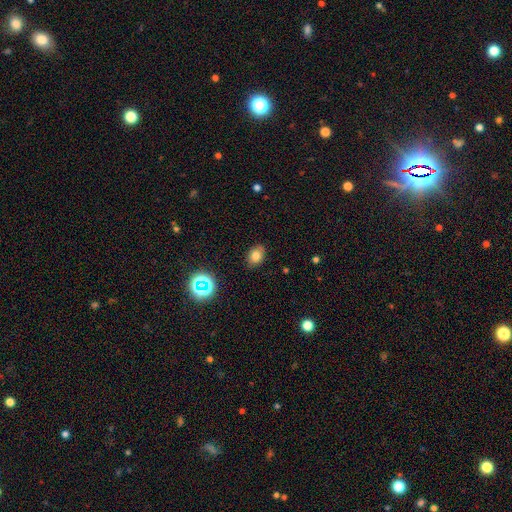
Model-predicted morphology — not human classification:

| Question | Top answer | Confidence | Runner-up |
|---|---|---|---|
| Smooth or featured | smooth | 76% | star or artifact (15%) |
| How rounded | in between | 72% | round (27%) |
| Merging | none | 85% | minor disturbance (12%) |